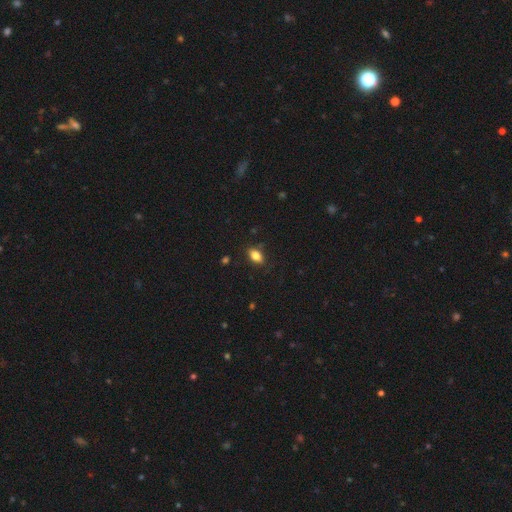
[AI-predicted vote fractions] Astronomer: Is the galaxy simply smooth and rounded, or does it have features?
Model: smooth — 82%.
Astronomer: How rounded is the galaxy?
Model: in between — 86%.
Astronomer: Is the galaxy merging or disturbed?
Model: none — 83%.